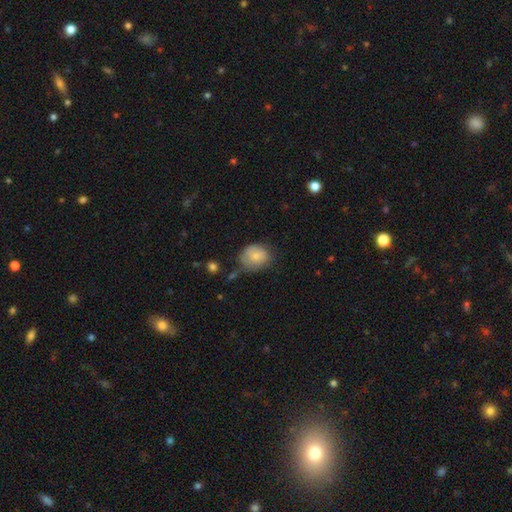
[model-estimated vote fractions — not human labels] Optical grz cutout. It shows a smooth galaxy with no disk features (75%) that is round (56%). Merging: none (51%).